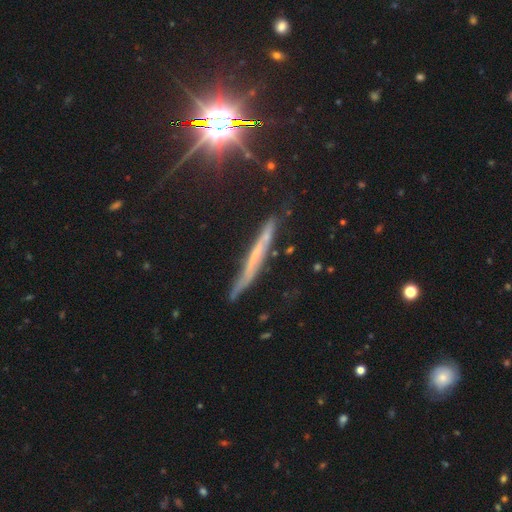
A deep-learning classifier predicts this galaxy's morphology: Overall: featured or disk (56%; smooth 30%). Edge-on disk: yes (91%). Edge-on bulge: none (79%). Merging: none (74%).